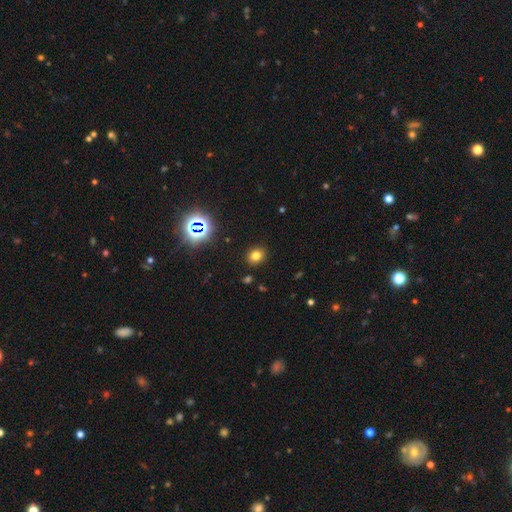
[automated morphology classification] Smooth or featured: smooth — 74% (star or artifact — 19%)
How rounded: round — 63% (in between — 36%)
Merging: none — 89% (minor disturbance — 7%)